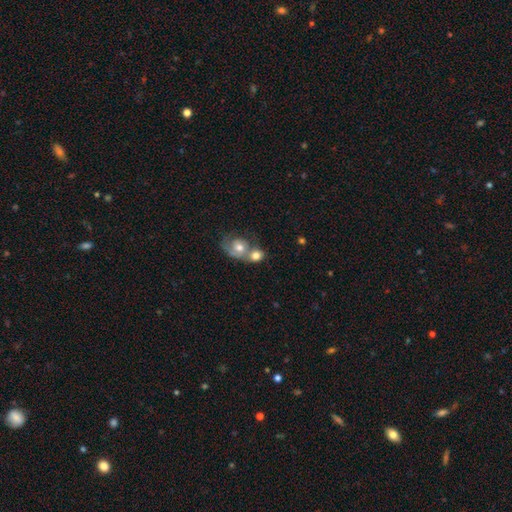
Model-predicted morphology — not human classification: Q: Smooth or featured?
A: smooth (62%); runner-up: featured or disk (30%)
Q: How rounded?
A: round (63%); runner-up: in between (36%)
Q: Merging?
A: merger (66%); runner-up: none (21%)